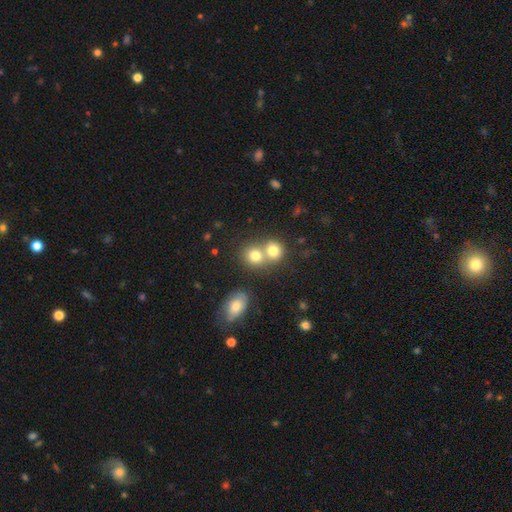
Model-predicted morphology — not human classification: Smooth or featured?
  - smooth: 76% *
  - featured or disk: 12%
  - star or artifact: 12%
How rounded?
  - round: 75% *
  - in between: 24%
  - cigar-shaped: 1%
Merging?
  - merger: 53% *
  - none: 37%
  - minor disturbance: 7%
  - major disturbance: 3%